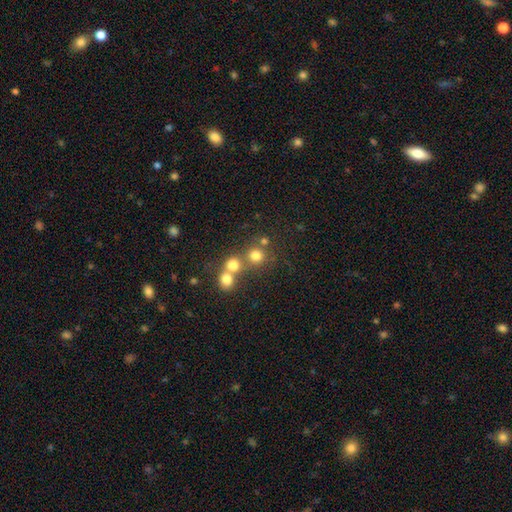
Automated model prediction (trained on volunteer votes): A smooth galaxy with no disk features (74%) that is round (89%).

Vote fractions:
- Smooth or featured? smooth: 74% / star or artifact: 16% / featured or disk: 10%
- How rounded? round: 89% / in between: 10% / cigar-shaped: 1%
- Merging? none: 55% / merger: 34% / minor disturbance: 7% / major disturbance: 4%